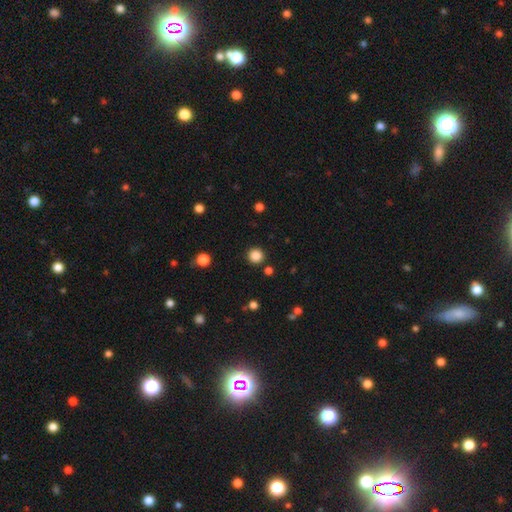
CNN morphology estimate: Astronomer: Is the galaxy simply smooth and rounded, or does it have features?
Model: smooth — 85%.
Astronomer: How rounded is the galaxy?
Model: round — 95%.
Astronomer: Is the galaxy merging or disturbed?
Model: none — 90%.